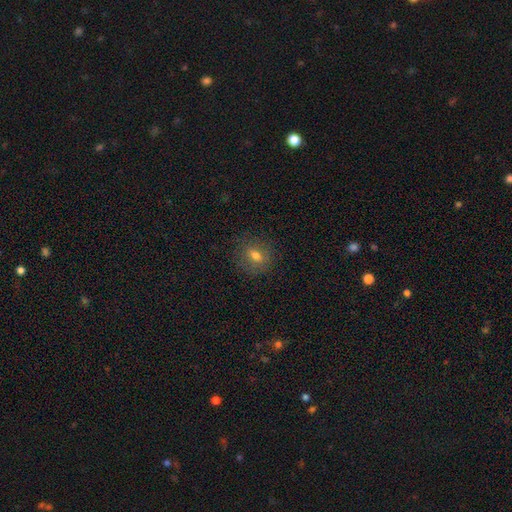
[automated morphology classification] This is likely a smooth galaxy (65%). How rounded: likely round (62%). Merging: clearly none (83%).